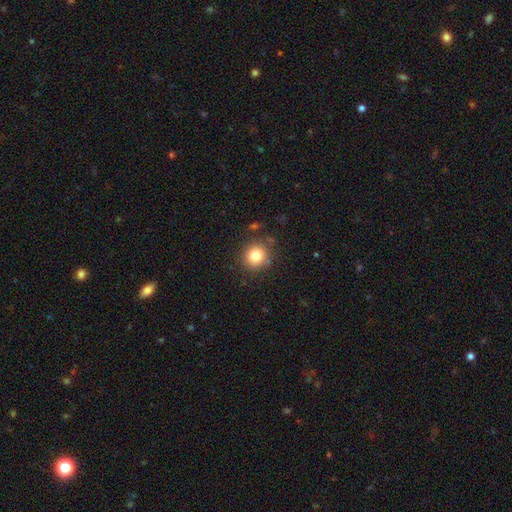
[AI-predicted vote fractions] smooth-or-featured: smooth: 81% | star or artifact: 11% | featured or disk: 7%
  how-rounded: round: 88% | in between: 11% | cigar-shaped: 1%
  merging: none: 85% | minor disturbance: 9% | major disturbance: 3% | merger: 2%